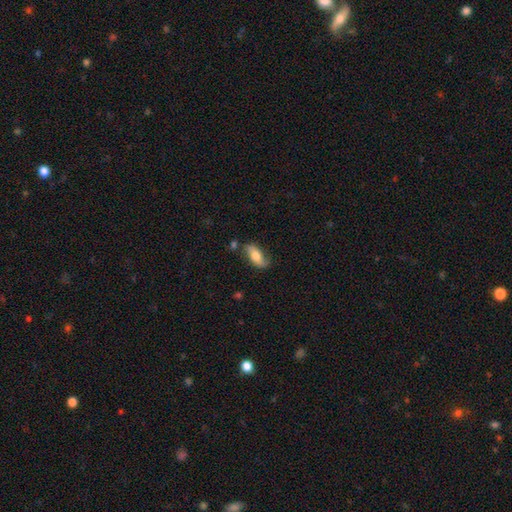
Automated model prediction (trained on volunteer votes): A smooth galaxy with no disk features (54%) that is in between round and cigar-shaped (82%).

Vote fractions:
- Smooth or featured? smooth: 54% / featured or disk: 39% / star or artifact: 7%
- How rounded? in between: 82% / cigar-shaped: 15% / round: 4%
- Merging? none: 66% / minor disturbance: 22% / major disturbance: 6% / merger: 5%